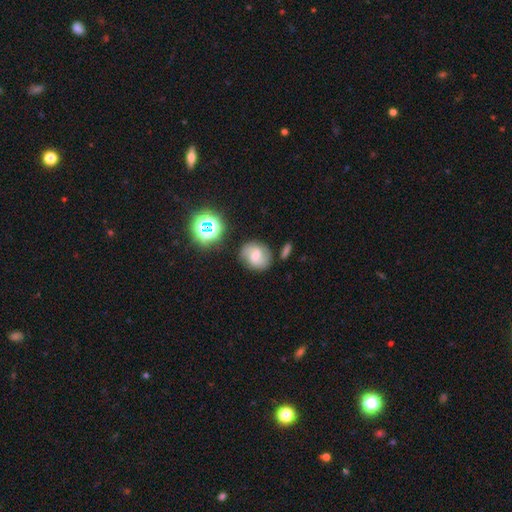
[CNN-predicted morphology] featured or disk 55%, smooth 33%, star or artifact 12%. Down the decision tree: edge-on disk — no (97%); bar — weak (48%); spiral arms — yes (91%); bulge size — moderate (41%); merging — none (73%).